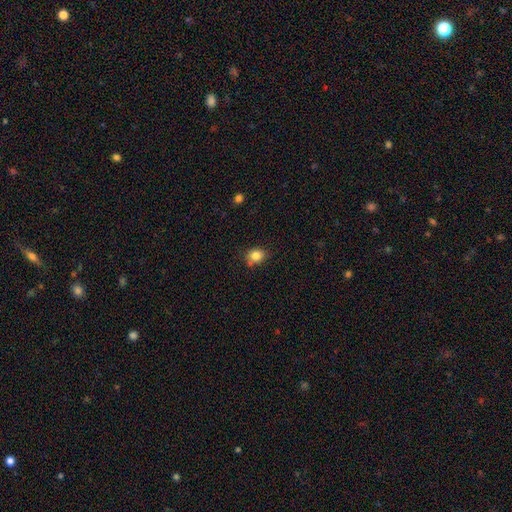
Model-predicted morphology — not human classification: smooth 83%, star or artifact 11%, featured or disk 7%. Down the decision tree: how rounded — round (65%); merging — none (72%).